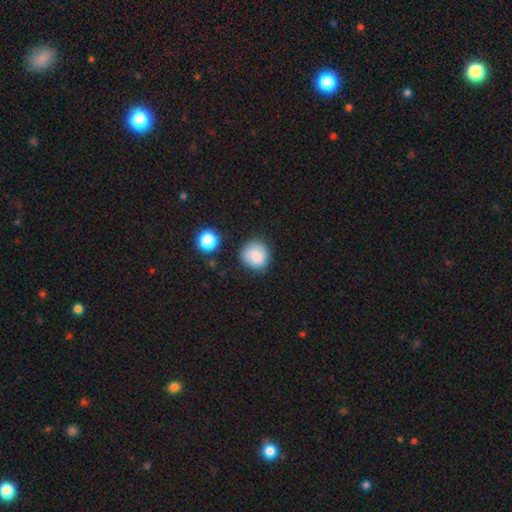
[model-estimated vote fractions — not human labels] smooth_or_featured: smooth (p=0.80) [alt: featured or disk p=0.11]
how_rounded: round (p=0.89) [alt: in between p=0.10]
merging: none (p=0.77) [alt: minor disturbance p=0.15]